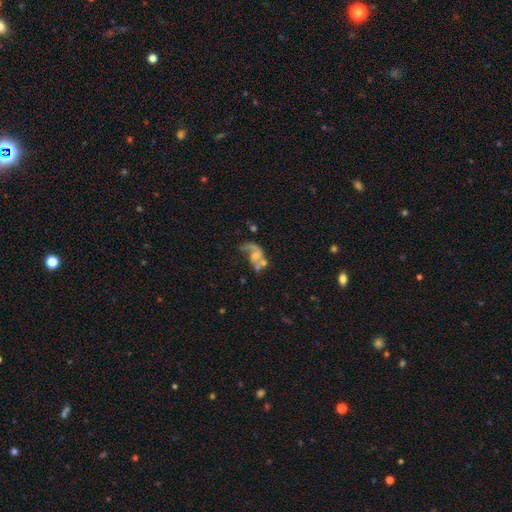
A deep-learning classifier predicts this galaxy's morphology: featured or disk 67%, smooth 23%, star or artifact 10%. Down the decision tree: edge-on disk — no (97%); bar — no (68%); spiral arms — yes (72%); bulge size — small (43%); merging — major disturbance (32%).